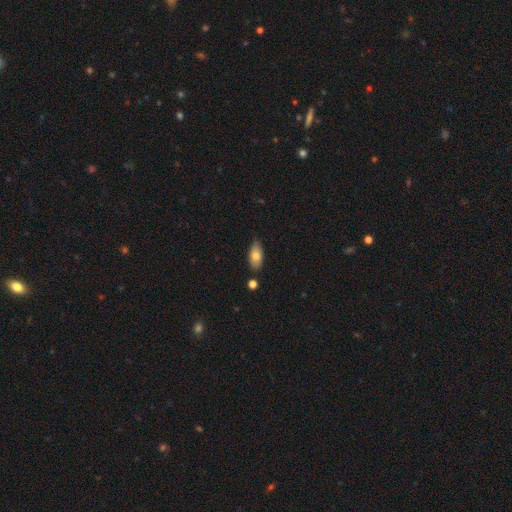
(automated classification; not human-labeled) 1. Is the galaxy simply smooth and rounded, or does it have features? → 79% smooth, 14% featured or disk, 7% star or artifact.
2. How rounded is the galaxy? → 89% in between, 8% cigar-shaped, 3% round.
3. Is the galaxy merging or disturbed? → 77% none, 17% minor disturbance, 3% merger, 3% major disturbance.